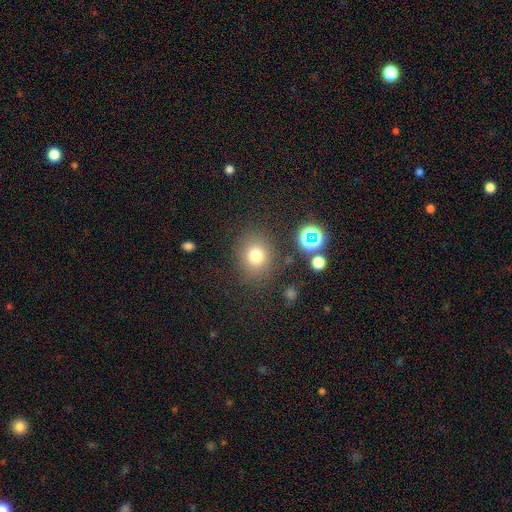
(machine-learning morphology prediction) Smooth or featured: smooth — 75% (star or artifact — 16%)
How rounded: round — 74% (in between — 25%)
Merging: none — 82% (minor disturbance — 10%)